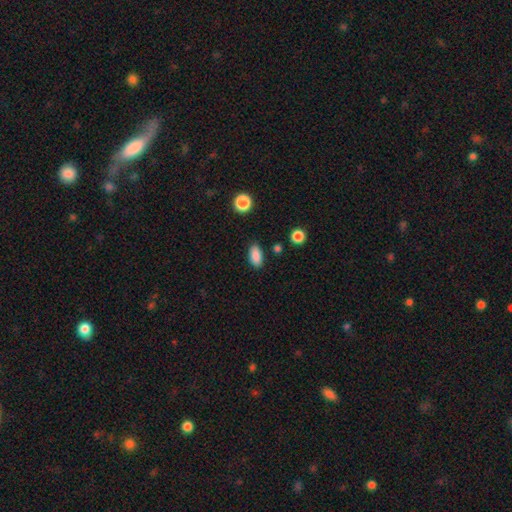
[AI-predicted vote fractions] Smooth or featured?
  - smooth: 87% *
  - star or artifact: 9%
  - featured or disk: 4%
How rounded?
  - in between: 89% *
  - cigar-shaped: 6%
  - round: 5%
Merging?
  - none: 86% *
  - minor disturbance: 10%
  - major disturbance: 2%
  - merger: 2%